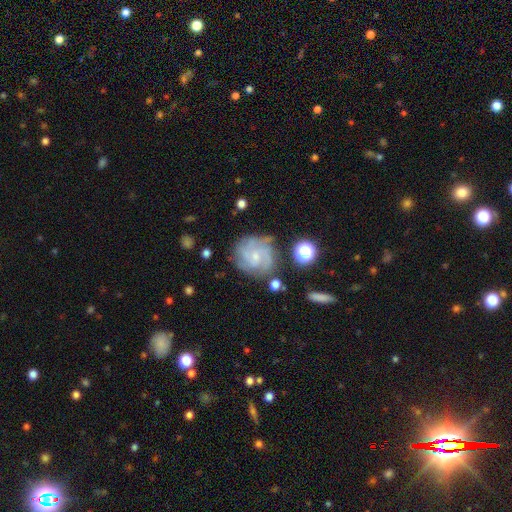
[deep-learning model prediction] Smooth or featured?
  - featured or disk: 72% *
  - smooth: 19%
  - star or artifact: 9%
Edge-on disk?
  - no: 97% *
  - yes: 3%
Bar?
  - no: 63% *
  - weak: 32%
  - strong: 5%
Spiral arms?
  - yes: 90% *
  - no: 10%
Spiral winding?
  - tight: 47% *
  - medium: 39%
  - loose: 14%
Spiral arm count?
  - can't tell: 34% *
  - 3: 24%
  - 4: 17%
  - 2: 14%
  - more than 4: 6%
  - 1: 5%
Bulge size?
  - small: 72% *
  - moderate: 20%
  - none: 6%
  - large: 1%
  - dominant: 1%
Merging?
  - none: 66% *
  - minor disturbance: 20%
  - major disturbance: 10%
  - merger: 4%